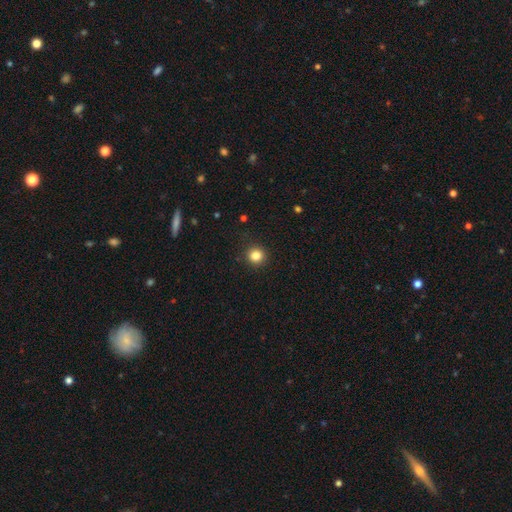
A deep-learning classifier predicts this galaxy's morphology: A smooth galaxy with no disk features (84%) that is round (92%). Merging: none (91%).